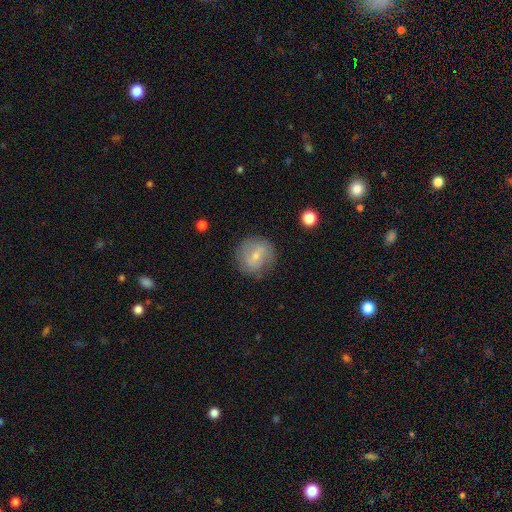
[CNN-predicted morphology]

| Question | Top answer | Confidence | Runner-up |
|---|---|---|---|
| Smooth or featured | smooth | 50% | featured or disk (42%) |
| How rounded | round | 87% | in between (12%) |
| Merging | none | 76% | minor disturbance (16%) |